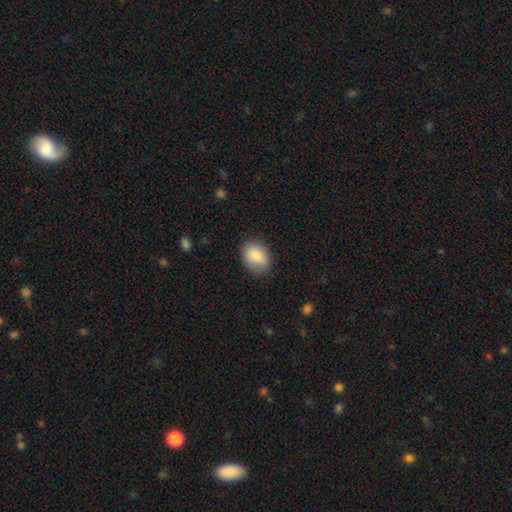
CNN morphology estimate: Smooth or featured? Predicted: smooth (p=0.86). How rounded? Predicted: in between (p=0.67). Merging? Predicted: none (p=0.80).